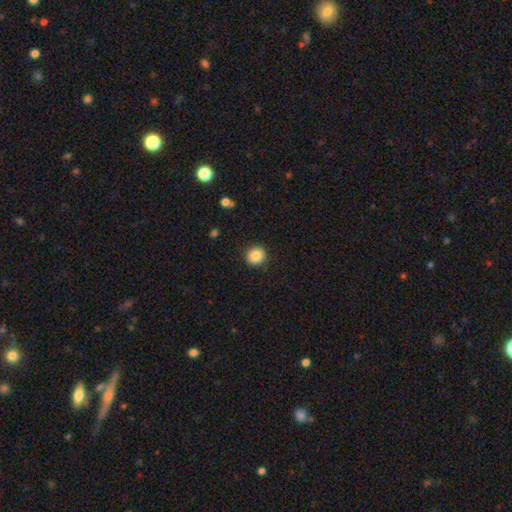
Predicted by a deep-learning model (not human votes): Smooth or featured? Predicted: smooth (p=0.87). How rounded? Predicted: round (p=0.91). Merging? Predicted: none (p=0.91).